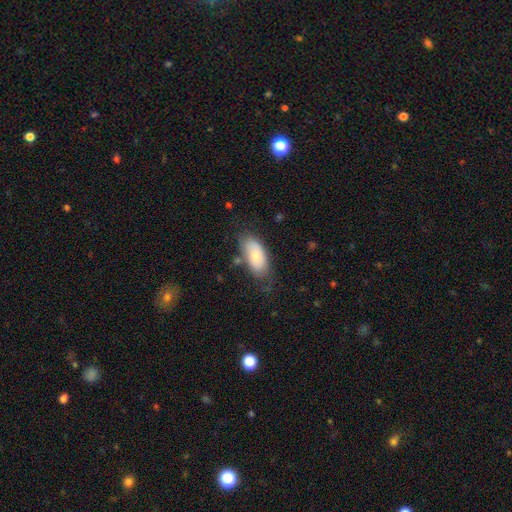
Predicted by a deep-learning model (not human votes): Overall: smooth (72%). How rounded: in between (92%). Merging: none (62%; minor disturbance 24%).